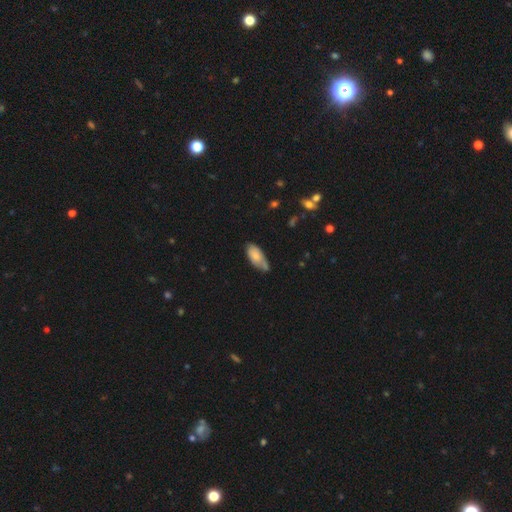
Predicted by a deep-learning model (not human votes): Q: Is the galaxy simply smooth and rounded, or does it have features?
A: smooth — 73%.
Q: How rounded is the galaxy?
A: in between — 88%.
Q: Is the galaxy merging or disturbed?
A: none — 51%.